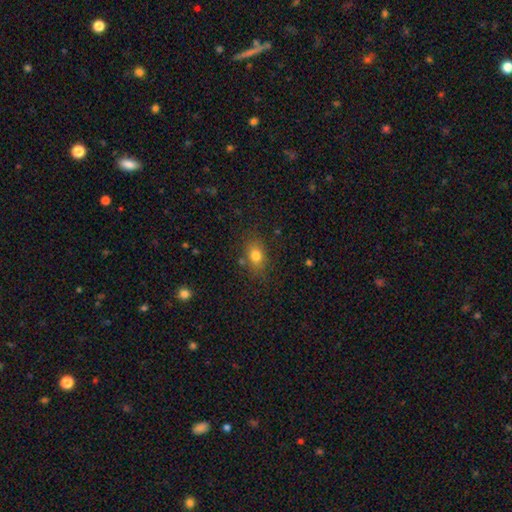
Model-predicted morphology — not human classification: Smooth or featured?
  - smooth: 78% *
  - star or artifact: 12%
  - featured or disk: 10%
How rounded?
  - in between: 67% *
  - round: 30%
  - cigar-shaped: 2%
Merging?
  - none: 77% *
  - minor disturbance: 15%
  - major disturbance: 4%
  - merger: 4%